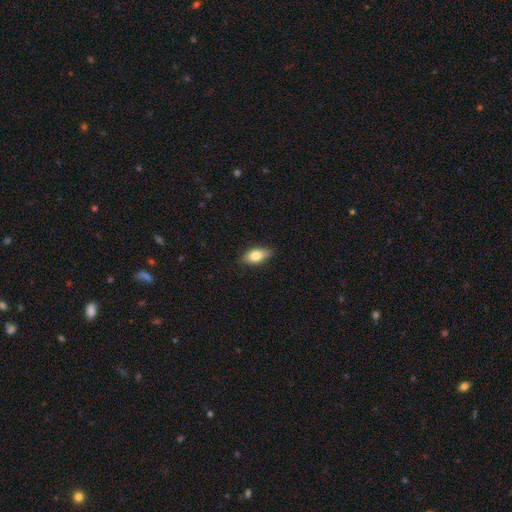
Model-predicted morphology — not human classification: This appears to be a smooth galaxy with no disk features (73%) that is in between round and cigar-shaped (84%). Merging: none (84%).